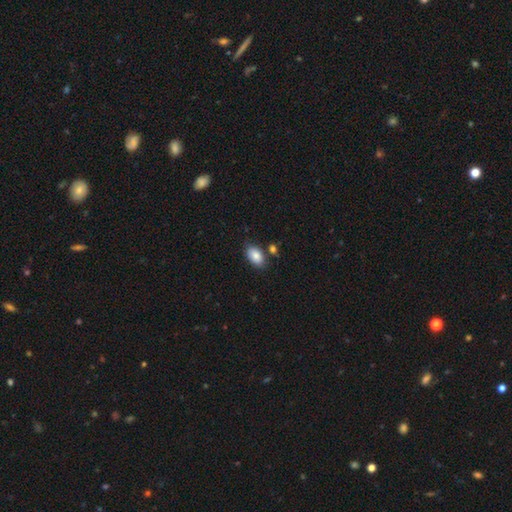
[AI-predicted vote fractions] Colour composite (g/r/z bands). It shows a smooth galaxy with no disk features (85%) that is in between round and cigar-shaped (92%). Merging: none (77%).